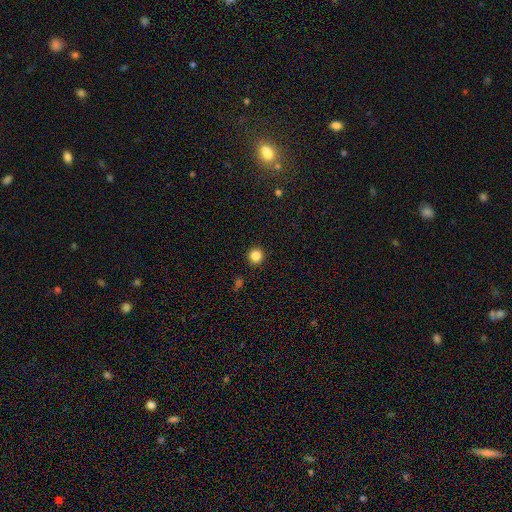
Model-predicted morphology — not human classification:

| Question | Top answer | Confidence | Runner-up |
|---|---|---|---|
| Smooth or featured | smooth | 84% | star or artifact (11%) |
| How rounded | round | 95% | in between (4%) |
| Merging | none | 93% | minor disturbance (5%) |